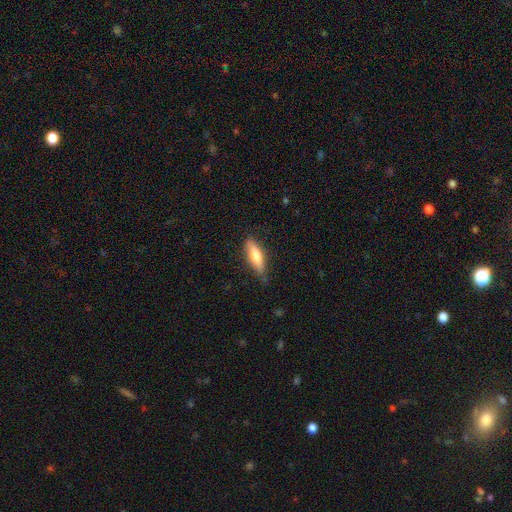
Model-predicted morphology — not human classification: smooth_or_featured: smooth (p=0.69) [alt: featured or disk p=0.25]
how_rounded: cigar-shaped (p=0.53) [alt: in between p=0.45]
merging: none (p=0.75) [alt: minor disturbance p=0.20]